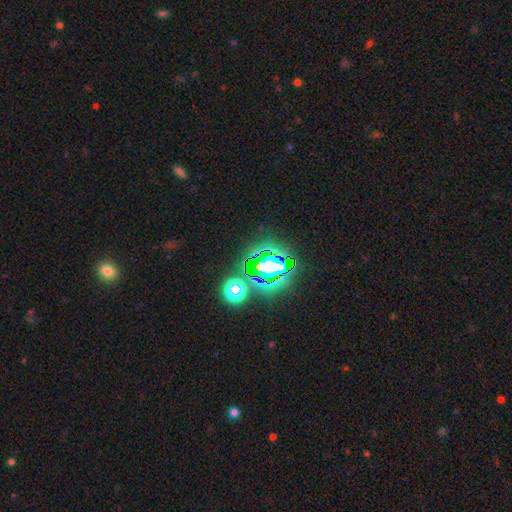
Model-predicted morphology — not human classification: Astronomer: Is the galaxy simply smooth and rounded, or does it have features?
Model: star or artifact — 80%.